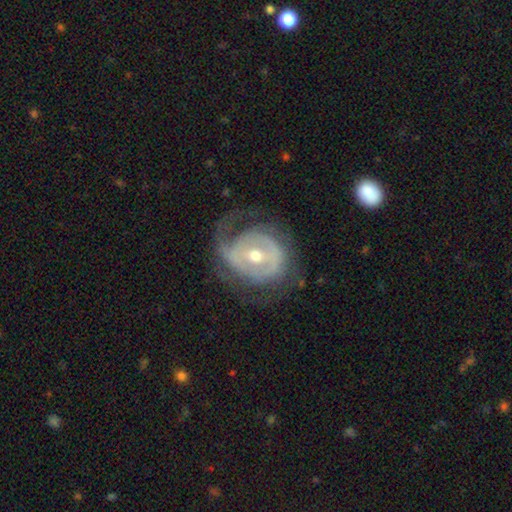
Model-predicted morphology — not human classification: featured or disk 79%, smooth 15%, star or artifact 6%. Down the decision tree: edge-on disk — no (96%); bar — weak (41%); spiral arms — yes (75%); spiral arm count — 2 (38%); spiral winding — tight (46%); bulge size — moderate (59%); merging — none (51%).